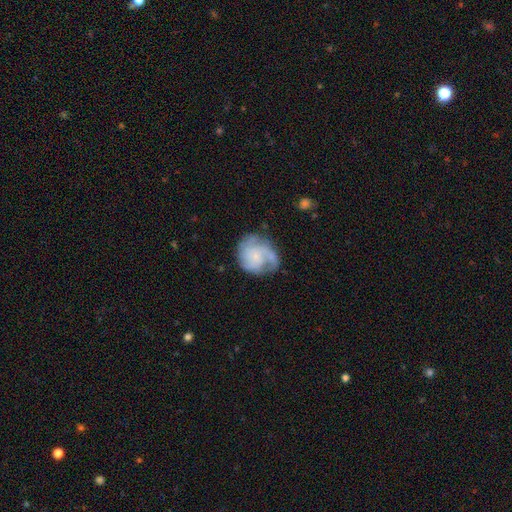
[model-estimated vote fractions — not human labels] A featured or disk galaxy (69%) with no bar (76%), 3 (32%) medium (41%) spiral arms (91%) and a small central bulge (69%).

Vote fractions:
- Smooth or featured? featured or disk: 69% / smooth: 24% / star or artifact: 7%
- Edge-on disk? no: 98% / yes: 2%
- Bar? no: 76% / weak: 21% / strong: 3%
- Spiral arms? yes: 91% / no: 9%
- Spiral winding? medium: 41% / tight: 40% / loose: 19%
- Spiral arm count? 3: 32% / can't tell: 24% / 2: 22% / 1: 10% / 4: 8% / more than 4: 5%
- Bulge size? small: 69% / moderate: 14% / none: 14% / large: 2% / dominant: 1%
- Merging? none: 57% / minor disturbance: 24% / major disturbance: 16% / merger: 3%